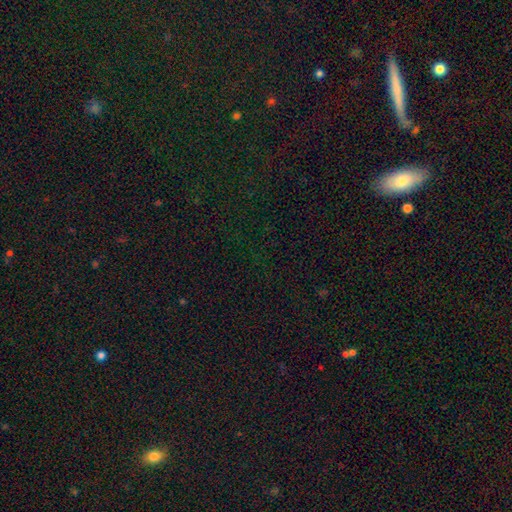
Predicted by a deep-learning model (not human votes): Q: Smooth or featured?
A: star or artifact (59%); runner-up: smooth (27%)